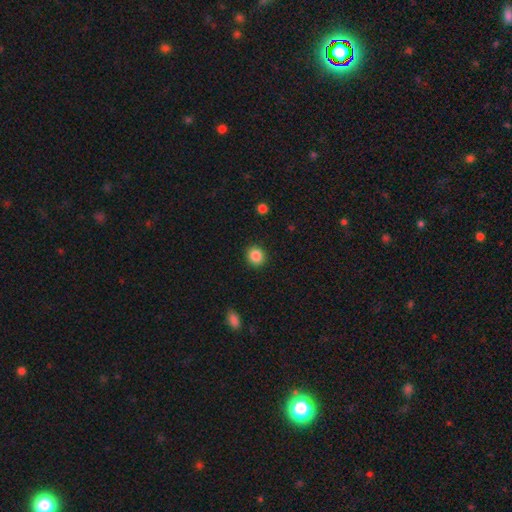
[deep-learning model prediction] Overall: smooth (87%). How rounded: round (86%). Merging: none (90%).